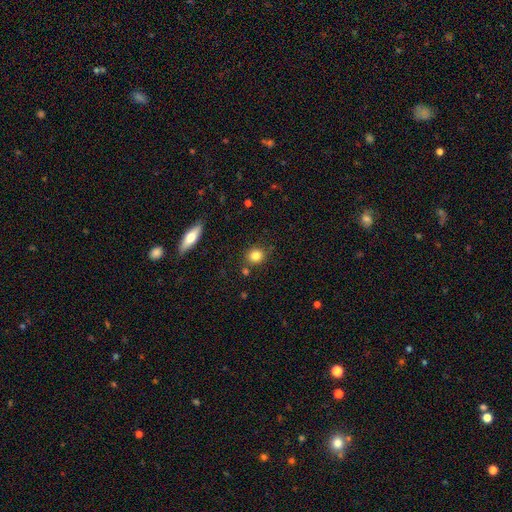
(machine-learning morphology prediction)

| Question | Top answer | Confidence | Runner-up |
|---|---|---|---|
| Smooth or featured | smooth | 82% | star or artifact (11%) |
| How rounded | round | 82% | in between (17%) |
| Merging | none | 81% | minor disturbance (10%) |